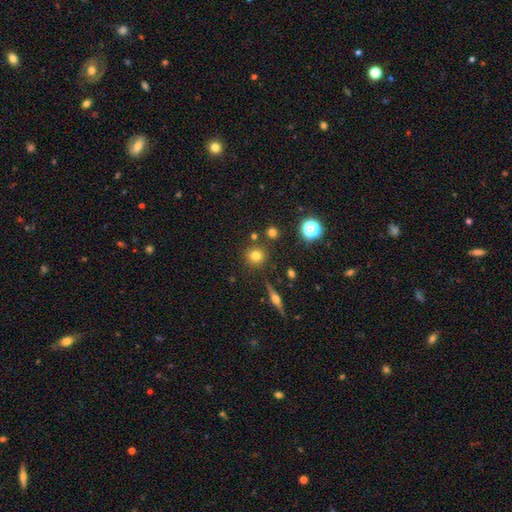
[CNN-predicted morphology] The model was most divided on "smooth or featured": smooth: 76%, star or artifact: 14%, featured or disk: 10%. More confident: how rounded — round (92%); merging — none (85%).